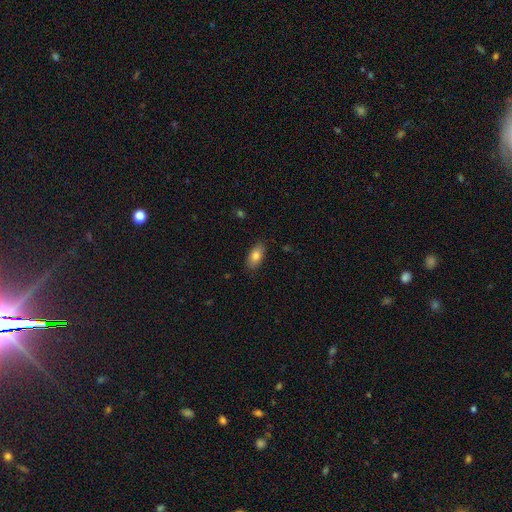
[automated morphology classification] A smooth galaxy with no disk features (81%) that is in between round and cigar-shaped (91%).

Vote fractions:
- Smooth or featured? smooth: 81% / featured or disk: 12% / star or artifact: 7%
- How rounded? in between: 91% / cigar-shaped: 5% / round: 4%
- Merging? none: 86% / minor disturbance: 11% / major disturbance: 2% / merger: 1%